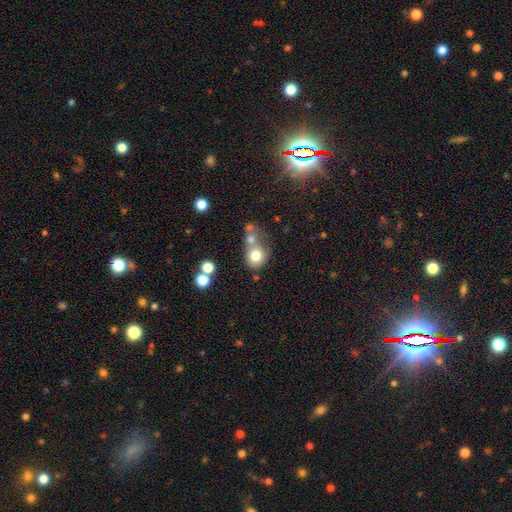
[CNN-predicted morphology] smooth-or-featured: smooth: 75% | featured or disk: 14% | star or artifact: 12%
  how-rounded: round: 70% | in between: 29% | cigar-shaped: 1%
  merging: merger: 42% | none: 39% | minor disturbance: 12% | major disturbance: 7%